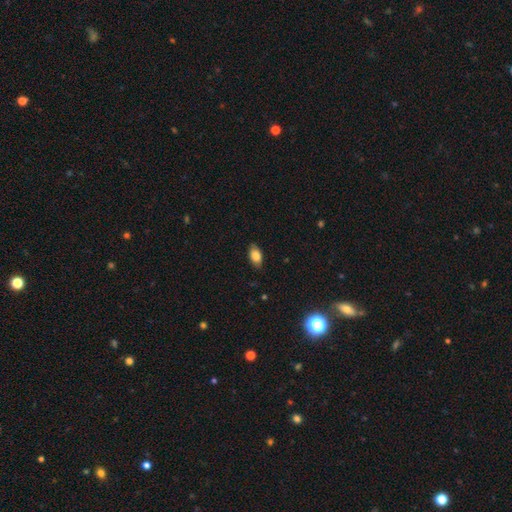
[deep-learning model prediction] Smooth or featured: smooth — 82% (featured or disk — 10%)
How rounded: in between — 91% (round — 5%)
Merging: none — 83% (minor disturbance — 14%)